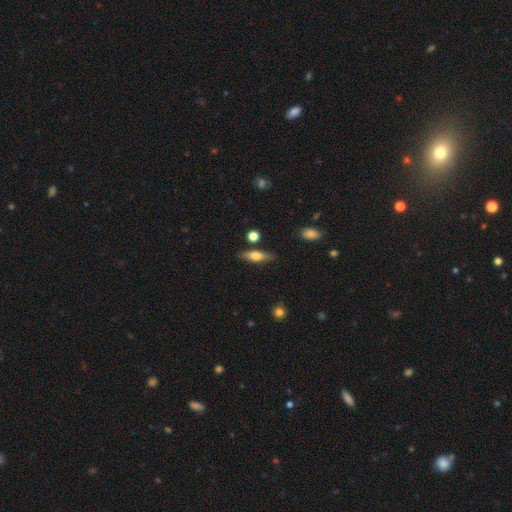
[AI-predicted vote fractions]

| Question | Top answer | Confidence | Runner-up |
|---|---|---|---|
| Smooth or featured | smooth | 58% | featured or disk (35%) |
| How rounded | cigar-shaped | 56% | in between (41%) |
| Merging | none | 82% | minor disturbance (12%) |